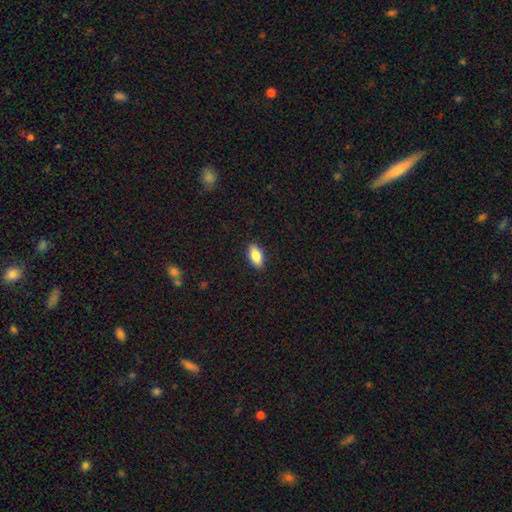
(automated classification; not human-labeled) This is clearly a smooth galaxy (83%). How rounded: clearly in between (88%). Merging: clearly none (89%).